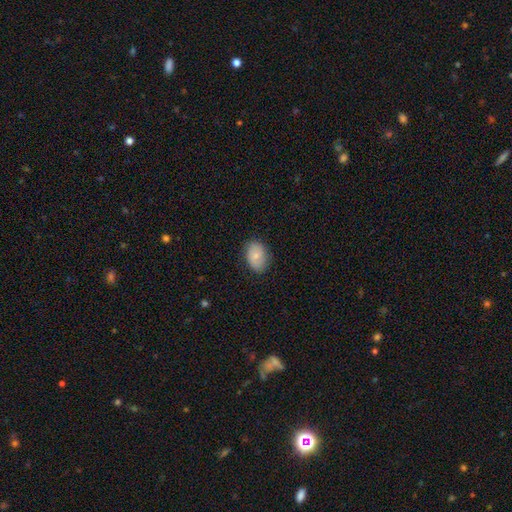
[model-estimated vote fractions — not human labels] This is likely a smooth galaxy (76%). How rounded: likely in between (78%). Merging: clearly none (82%).